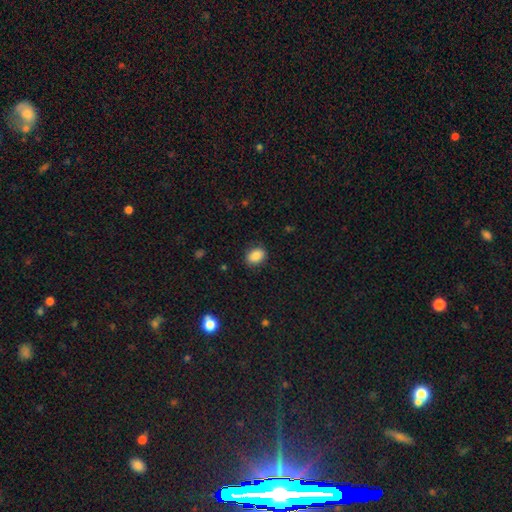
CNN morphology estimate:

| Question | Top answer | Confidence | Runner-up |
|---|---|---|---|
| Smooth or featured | smooth | 87% | star or artifact (8%) |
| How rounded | in between | 70% | round (29%) |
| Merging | none | 86% | minor disturbance (10%) |